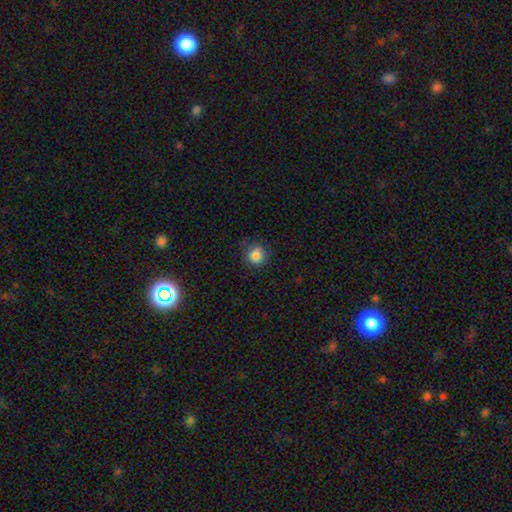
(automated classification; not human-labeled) Smooth or featured?
  - smooth: 86% *
  - star or artifact: 10%
  - featured or disk: 4%
How rounded?
  - round: 91% *
  - in between: 8%
  - cigar-shaped: 1%
Merging?
  - none: 83% *
  - minor disturbance: 13%
  - major disturbance: 3%
  - merger: 1%